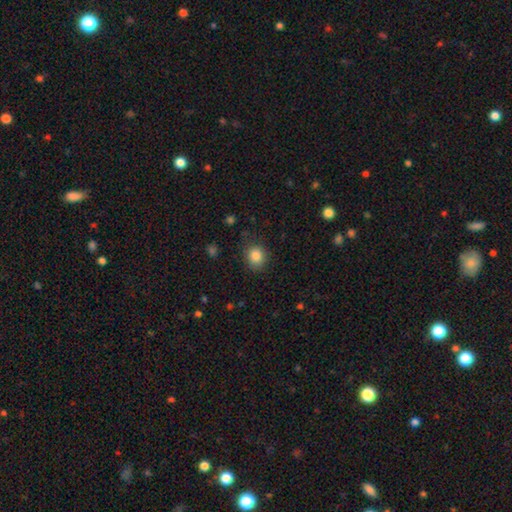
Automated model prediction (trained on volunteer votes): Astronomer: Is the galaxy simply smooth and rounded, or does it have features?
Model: smooth — 86%.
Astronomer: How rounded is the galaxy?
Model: round — 78%.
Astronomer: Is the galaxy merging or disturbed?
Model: none — 85%.